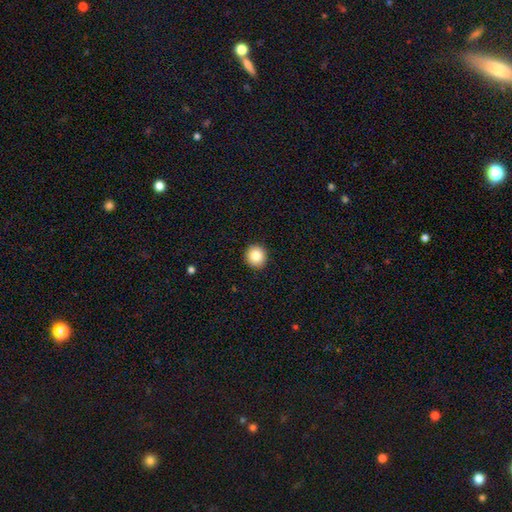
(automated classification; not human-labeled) Morphology: type=smooth (84%); roundness=round (94%); merging=none (93%).